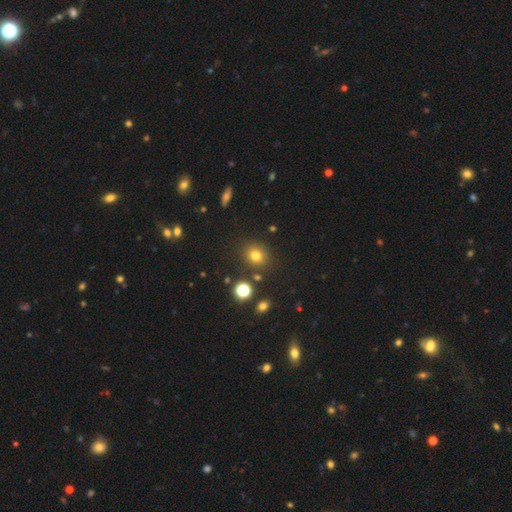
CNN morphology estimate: Smooth or featured?
  - smooth: 76% *
  - star or artifact: 17%
  - featured or disk: 7%
How rounded?
  - round: 73% *
  - in between: 26%
  - cigar-shaped: 1%
Merging?
  - none: 83% *
  - minor disturbance: 9%
  - merger: 4%
  - major disturbance: 3%